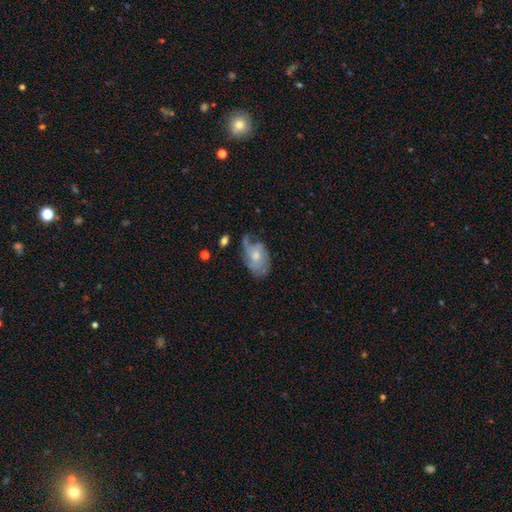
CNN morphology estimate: type=featured or disk (57%); edge-on=no (96%); bar=no (79%); spiral arms=yes (74%); bulge=moderate (59%); merging=none (43%).